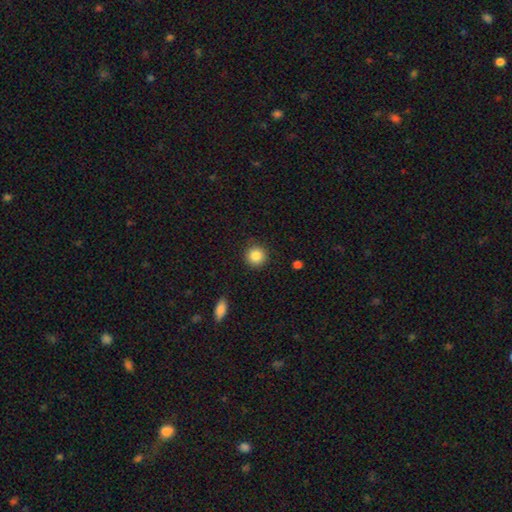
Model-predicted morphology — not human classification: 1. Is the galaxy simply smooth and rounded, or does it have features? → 87% smooth, 9% star or artifact, 4% featured or disk.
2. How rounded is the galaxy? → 93% round, 6% in between, 1% cigar-shaped.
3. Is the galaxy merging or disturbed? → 90% none, 7% minor disturbance, 2% major disturbance, 1% merger.